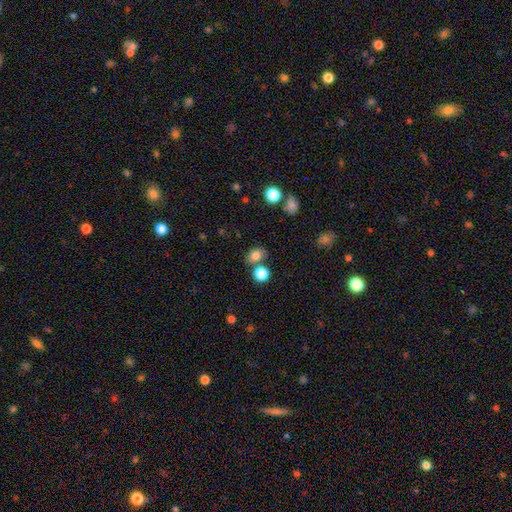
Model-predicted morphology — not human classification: smooth 81%, star or artifact 13%, featured or disk 7%. Down the decision tree: how rounded — in between (52%); merging — none (66%).